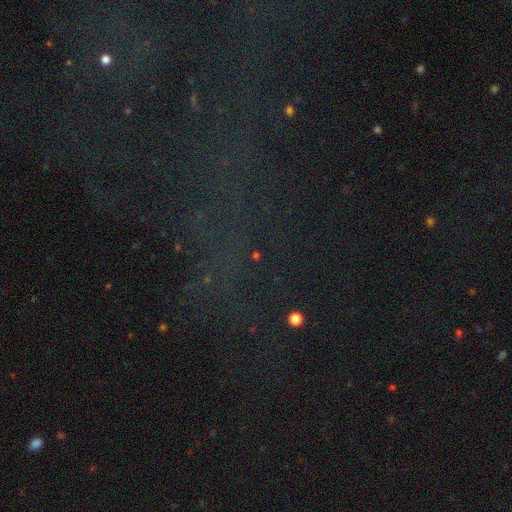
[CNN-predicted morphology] This is likely a star or artifact rather than a galaxy (75%).